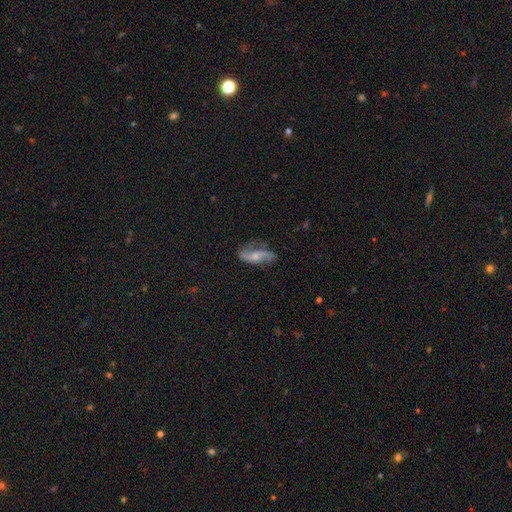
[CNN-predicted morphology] type=featured or disk (72%); edge-on=no (92%); bar=no (56%); spiral arms=yes (90%); winding=loose (70%); arm count=2 (86%); bulge=small (47%); merging=none (61%).